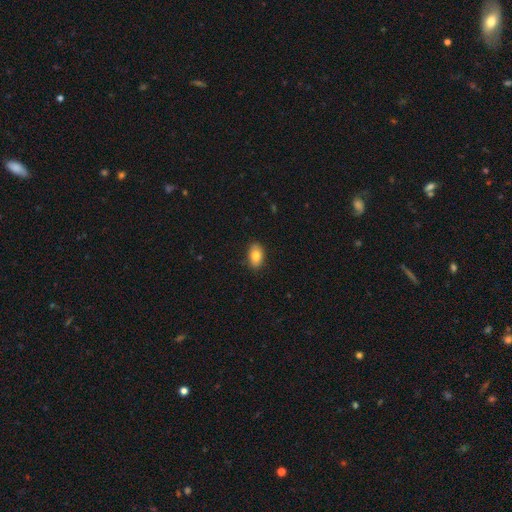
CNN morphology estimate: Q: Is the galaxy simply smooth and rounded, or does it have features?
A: smooth — 83%.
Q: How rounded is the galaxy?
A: in between — 89%.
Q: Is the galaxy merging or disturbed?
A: none — 87%.